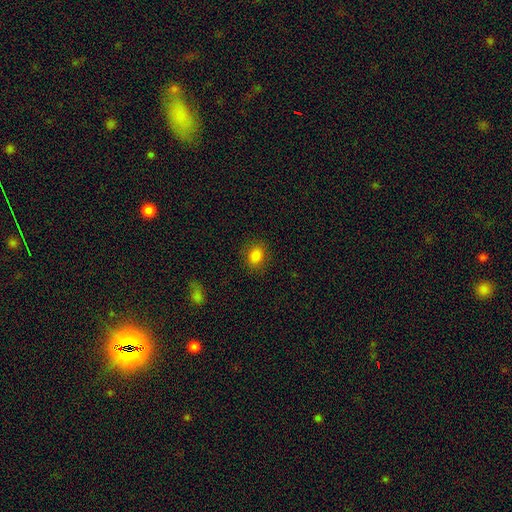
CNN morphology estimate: A smooth galaxy with no disk features (84%) that is in between round and cigar-shaped (52%). Merging: none (85%).